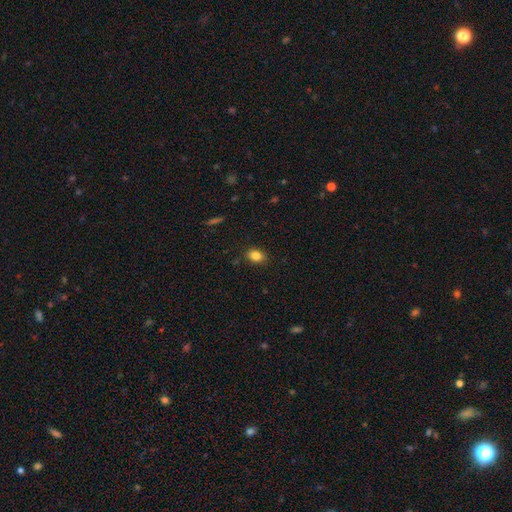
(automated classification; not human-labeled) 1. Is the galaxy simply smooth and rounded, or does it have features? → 83% smooth, 10% star or artifact, 7% featured or disk.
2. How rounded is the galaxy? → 72% in between, 26% round, 1% cigar-shaped.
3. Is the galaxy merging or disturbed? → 86% none, 10% minor disturbance, 2% major disturbance, 1% merger.